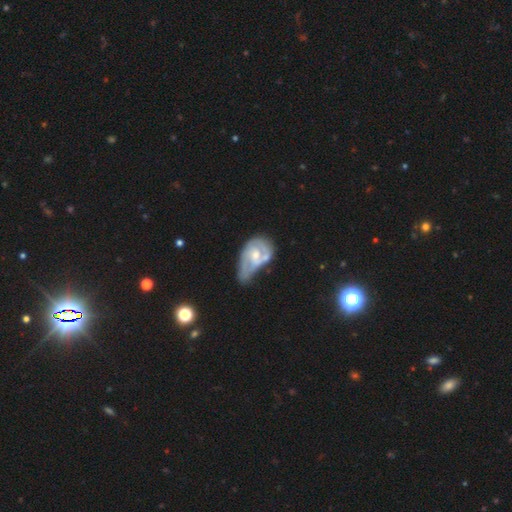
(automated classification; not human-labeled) Smooth or featured?
  - featured or disk: 66% *
  - smooth: 28%
  - star or artifact: 6%
Edge-on disk?
  - no: 96% *
  - yes: 4%
Bar?
  - no: 63% *
  - weak: 31%
  - strong: 6%
Spiral arms?
  - yes: 62% *
  - no: 38%
Bulge size?
  - moderate: 53% *
  - small: 38%
  - none: 4%
  - large: 4%
  - dominant: 1%
Merging?
  - major disturbance: 31% *
  - minor disturbance: 28%
  - merger: 22%
  - none: 19%